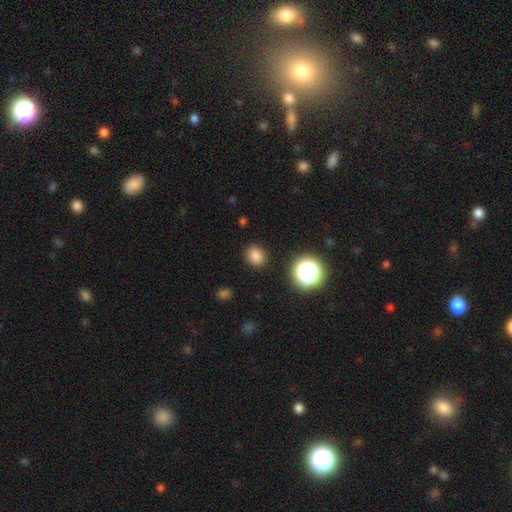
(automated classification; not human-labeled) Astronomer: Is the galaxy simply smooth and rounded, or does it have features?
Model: smooth — 81%.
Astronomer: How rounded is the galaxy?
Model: round — 67%.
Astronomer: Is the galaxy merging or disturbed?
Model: none — 87%.